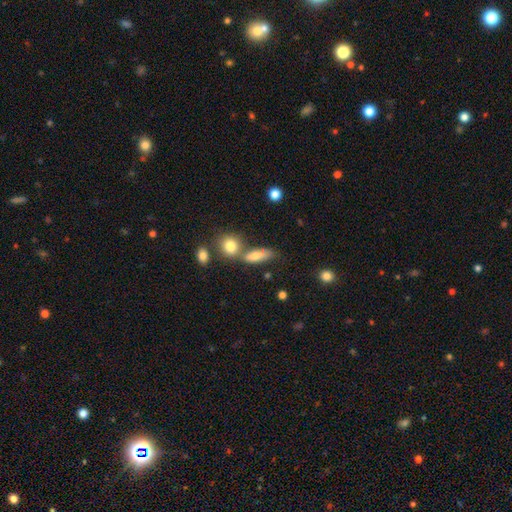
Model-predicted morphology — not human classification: Smooth or featured?
  - smooth: 73% *
  - featured or disk: 17%
  - star or artifact: 10%
How rounded?
  - in between: 61% *
  - cigar-shaped: 28%
  - round: 10%
Merging?
  - none: 44% *
  - merger: 31%
  - minor disturbance: 17%
  - major disturbance: 8%